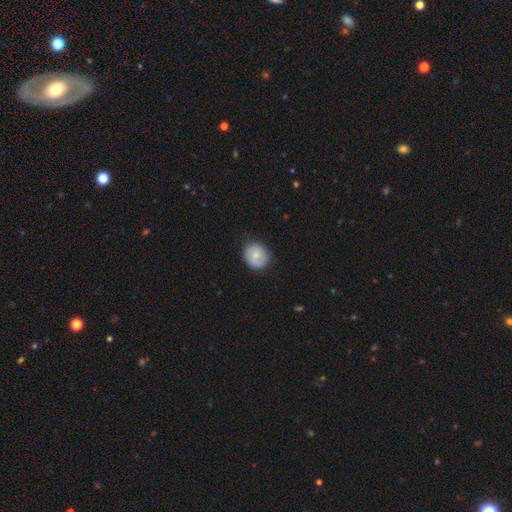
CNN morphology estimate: This is likely a smooth galaxy (75%). How rounded: likely round (77%). Merging: clearly none (80%).